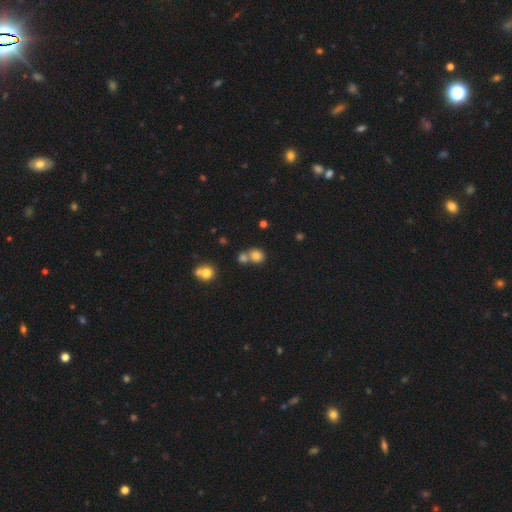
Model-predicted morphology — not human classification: Q: Smooth or featured?
A: smooth (79%); runner-up: star or artifact (14%)
Q: How rounded?
A: round (79%); runner-up: in between (20%)
Q: Merging?
A: none (52%); runner-up: merger (36%)